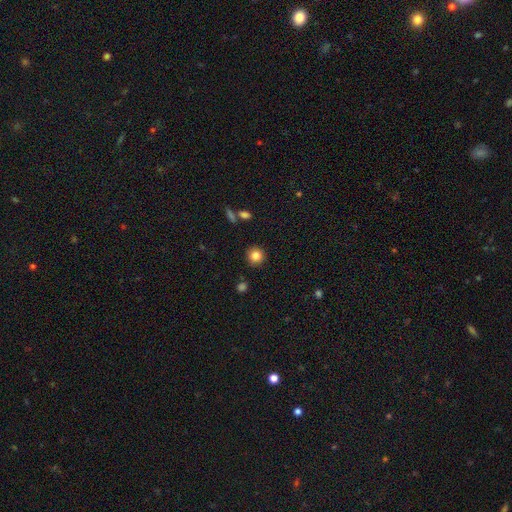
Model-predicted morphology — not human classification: Smooth or featured: smooth — 83% (star or artifact — 11%)
How rounded: round — 93% (in between — 6%)
Merging: none — 89% (minor disturbance — 7%)